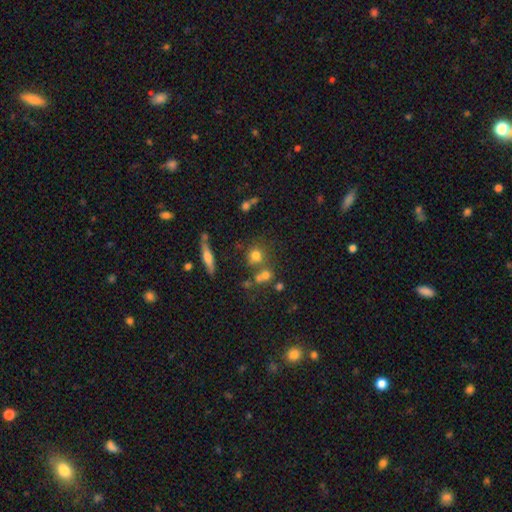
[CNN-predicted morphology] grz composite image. It shows a smooth galaxy with no disk features (70%) that is round (82%). Merging: none (59%).